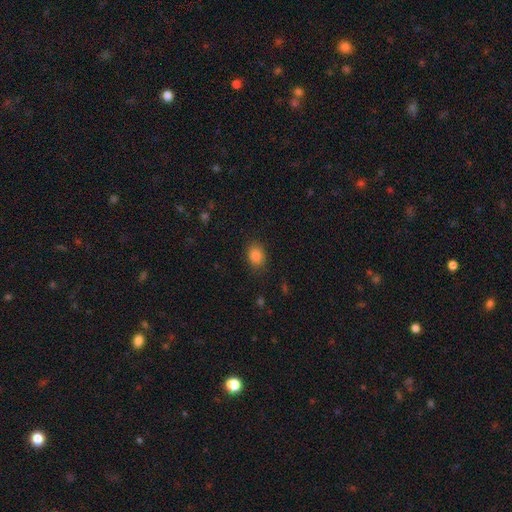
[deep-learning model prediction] Smooth or featured? smooth (85%)
How rounded? in between (63%)
Merging? none (84%)